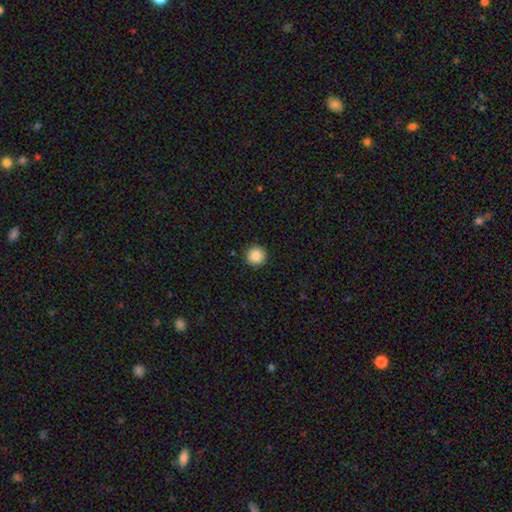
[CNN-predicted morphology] smooth_or_featured: smooth (p=0.87) [alt: star or artifact p=0.09]
how_rounded: round (p=0.96) [alt: in between p=0.03]
merging: none (p=0.92) [alt: minor disturbance p=0.05]